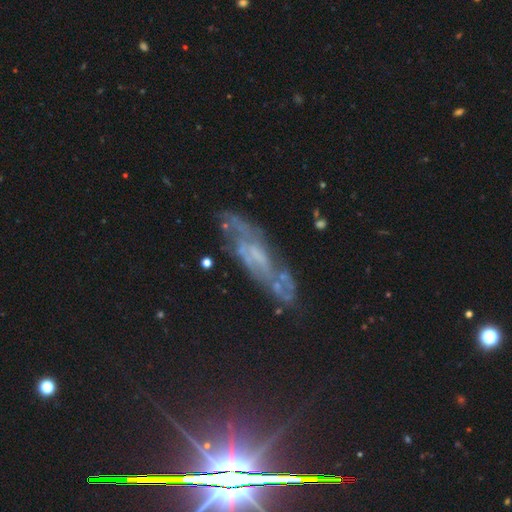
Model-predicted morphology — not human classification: This is likely a featured or disk galaxy (68%). It is likely not viewed edge-on (71%). Merging: likely none (71%).